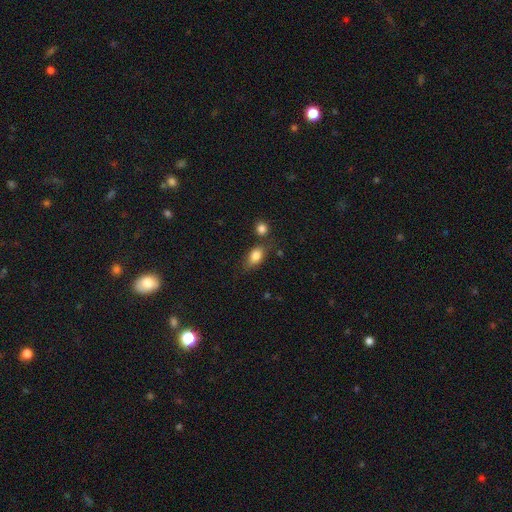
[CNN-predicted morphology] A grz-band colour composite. It shows a smooth galaxy with no disk features (82%) that is in between round and cigar-shaped (82%). Merging: none (62%).